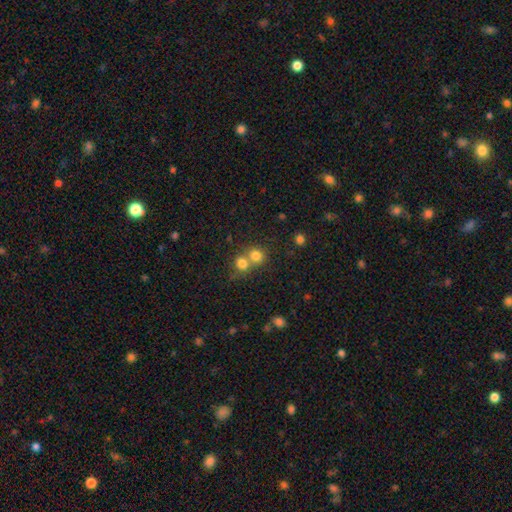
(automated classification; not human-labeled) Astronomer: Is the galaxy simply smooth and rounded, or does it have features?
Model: smooth — 78%.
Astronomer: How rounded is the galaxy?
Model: round — 84%.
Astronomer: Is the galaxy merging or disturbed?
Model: merger — 49% (runner-up: none, 44%).